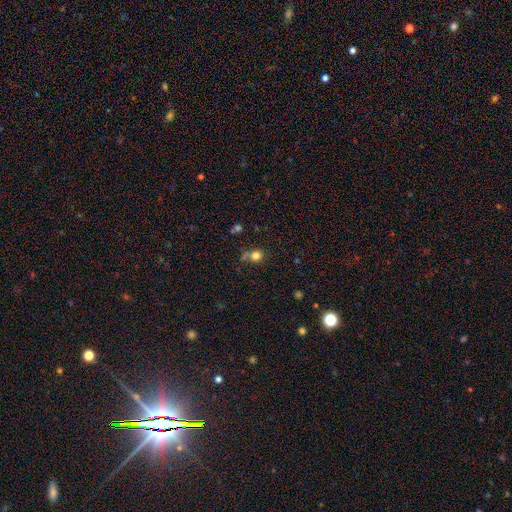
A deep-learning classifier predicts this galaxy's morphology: This appears to be a smooth galaxy with no disk features (80%) that is round (83%). Merging: none (61%).